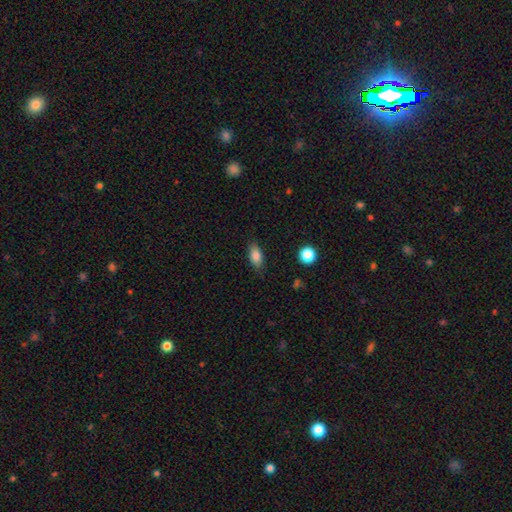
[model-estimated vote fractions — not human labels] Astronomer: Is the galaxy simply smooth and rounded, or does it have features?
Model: smooth — 83%.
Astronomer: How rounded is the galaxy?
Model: in between — 85%.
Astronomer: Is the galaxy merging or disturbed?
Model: none — 82%.